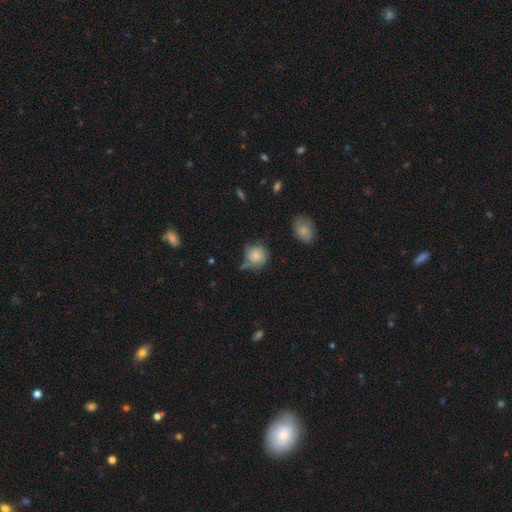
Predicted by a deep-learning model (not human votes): smooth 74%, featured or disk 18%, star or artifact 8%. Down the decision tree: how rounded — round (84%); merging — none (54%).